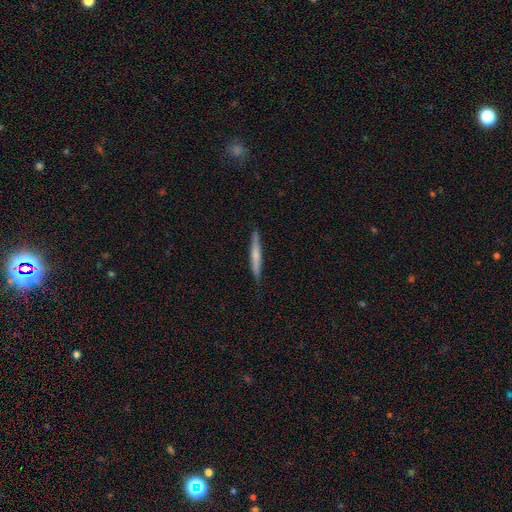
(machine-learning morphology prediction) This is possibly a smooth galaxy (55%). How rounded: clearly cigar-shaped (95%). Merging: clearly none (88%).